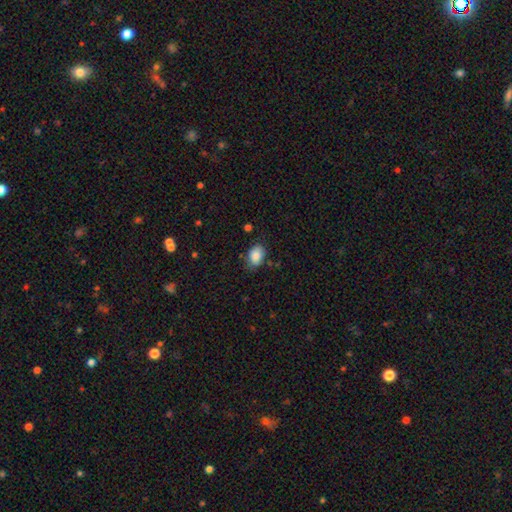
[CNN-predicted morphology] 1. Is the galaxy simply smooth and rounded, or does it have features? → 86% smooth, 8% star or artifact, 7% featured or disk.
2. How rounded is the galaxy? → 80% in between, 19% round, 1% cigar-shaped.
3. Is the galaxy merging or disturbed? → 76% none, 18% minor disturbance, 4% major disturbance, 2% merger.